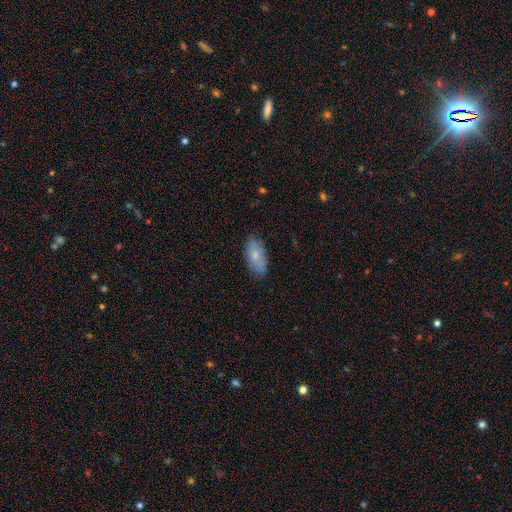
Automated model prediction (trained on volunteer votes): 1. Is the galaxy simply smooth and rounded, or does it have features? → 75% smooth, 19% featured or disk, 6% star or artifact.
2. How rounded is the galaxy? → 90% in between, 7% cigar-shaped, 3% round.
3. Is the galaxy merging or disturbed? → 80% none, 15% minor disturbance, 3% major disturbance, 1% merger.